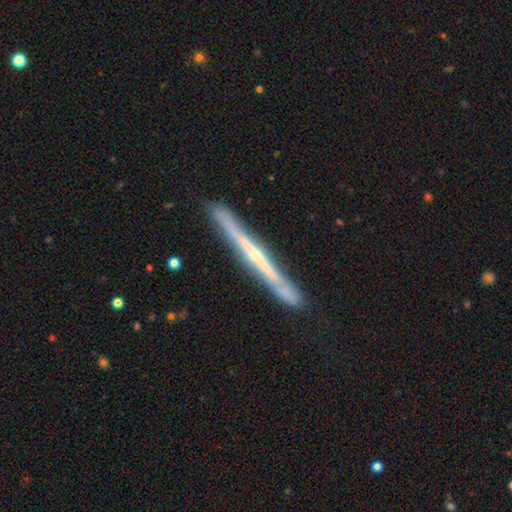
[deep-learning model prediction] featured or disk 75%, smooth 19%, star or artifact 6%. Down the decision tree: edge-on disk — yes (96%); edge-on bulge — none (54%); merging — none (85%).